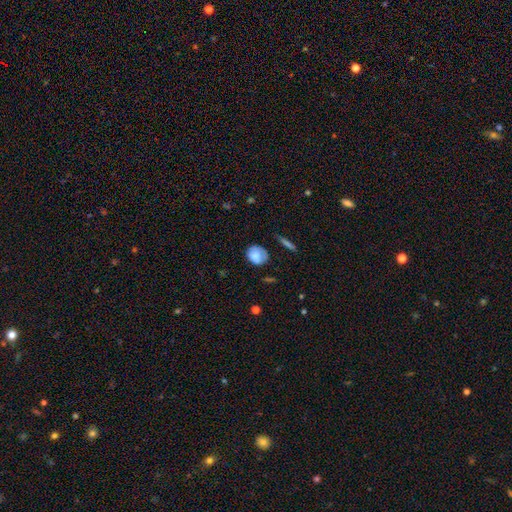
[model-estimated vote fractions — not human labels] A smooth galaxy with no disk features (78%) that is round (66%).

Vote fractions:
- Smooth or featured? smooth: 78% / featured or disk: 14% / star or artifact: 8%
- How rounded? round: 66% / in between: 33% / cigar-shaped: 1%
- Merging? none: 60% / minor disturbance: 29% / major disturbance: 9% / merger: 2%